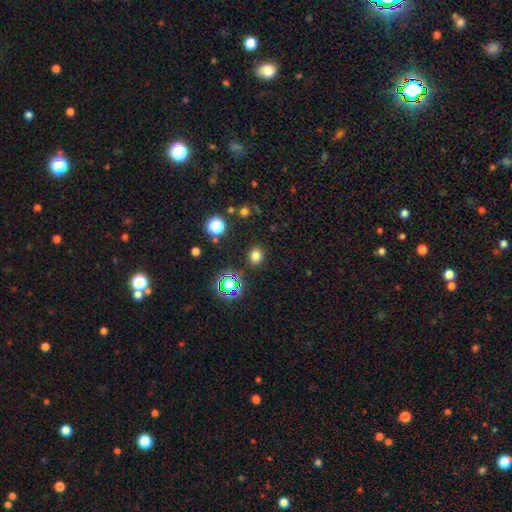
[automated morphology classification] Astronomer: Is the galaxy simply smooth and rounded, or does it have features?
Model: smooth — 76%.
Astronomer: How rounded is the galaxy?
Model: round — 77%.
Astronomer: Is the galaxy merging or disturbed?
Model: none — 88%.